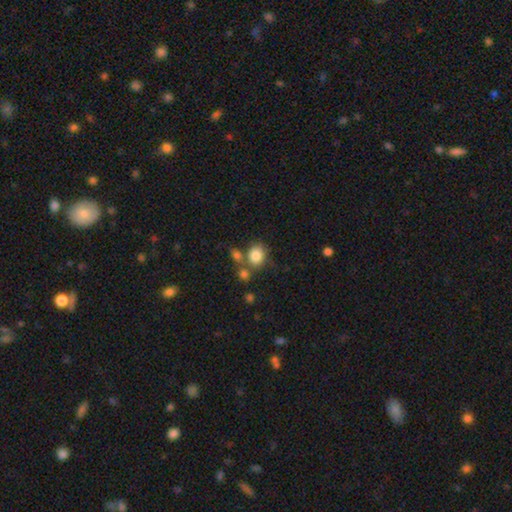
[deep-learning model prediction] A smooth galaxy with no disk features (83%) that is round (65%).

Vote fractions:
- Smooth or featured? smooth: 83% / star or artifact: 10% / featured or disk: 7%
- How rounded? round: 65% / in between: 34% / cigar-shaped: 1%
- Merging? none: 56% / merger: 25% / minor disturbance: 13% / major disturbance: 5%